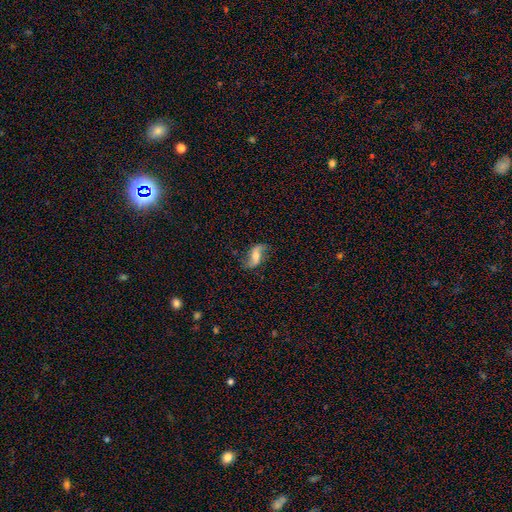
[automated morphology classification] featured or disk 68%, smooth 25%, star or artifact 8%. Down the decision tree: edge-on disk — no (93%); bar — weak (38%); spiral arms — yes (90%); spiral arm count — 2 (92%); spiral winding — loose (82%); bulge size — moderate (56%); merging — none (76%).